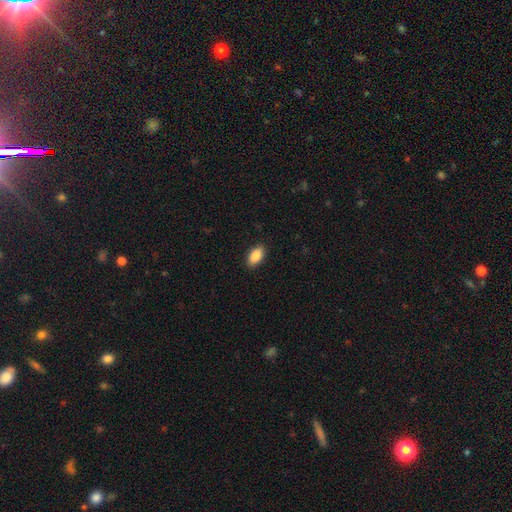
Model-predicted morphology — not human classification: A smooth galaxy with no disk features (87%) that is in between round and cigar-shaped (92%). Merging: none (89%).